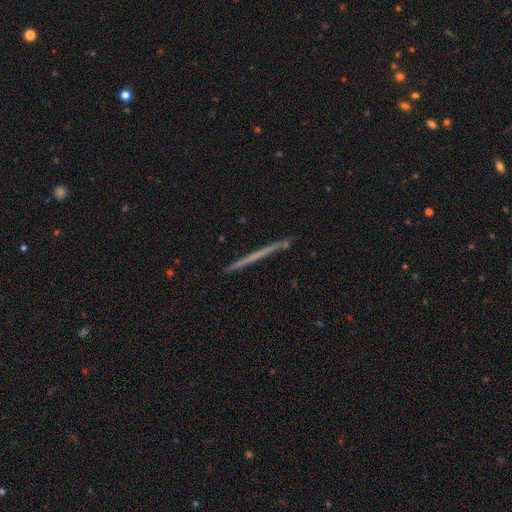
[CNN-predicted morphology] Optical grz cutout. It shows a featured or disk galaxy (56%) viewed edge-on (98%) with no central bulge (93%). Merging: none (91%).